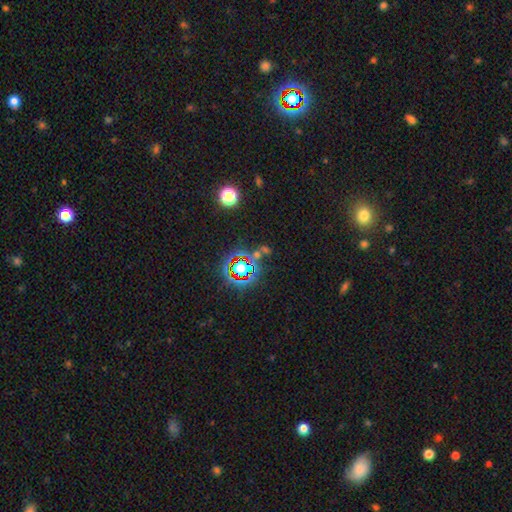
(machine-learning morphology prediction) smooth-or-featured: star or artifact: 72% | smooth: 19% | featured or disk: 10%